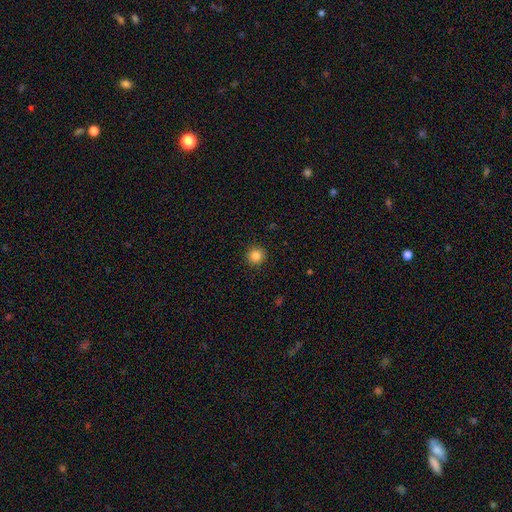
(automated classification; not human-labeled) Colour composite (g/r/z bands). It shows a smooth galaxy with no disk features (85%) that is round (95%). Merging: none (92%).